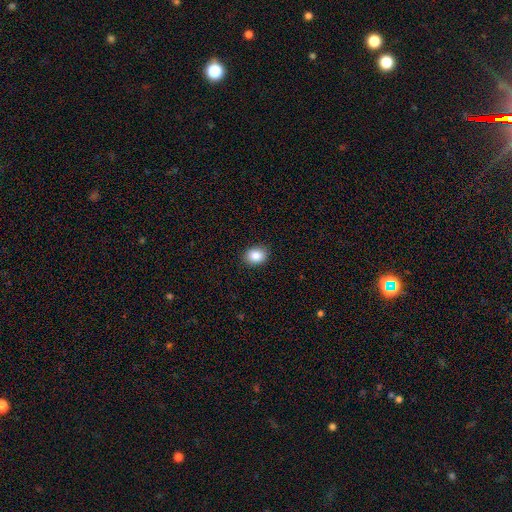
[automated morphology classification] Smooth or featured?
  - smooth: 86% *
  - star or artifact: 9%
  - featured or disk: 5%
How rounded?
  - in between: 55% *
  - round: 44%
  - cigar-shaped: 1%
Merging?
  - none: 89% *
  - minor disturbance: 8%
  - major disturbance: 2%
  - merger: 1%